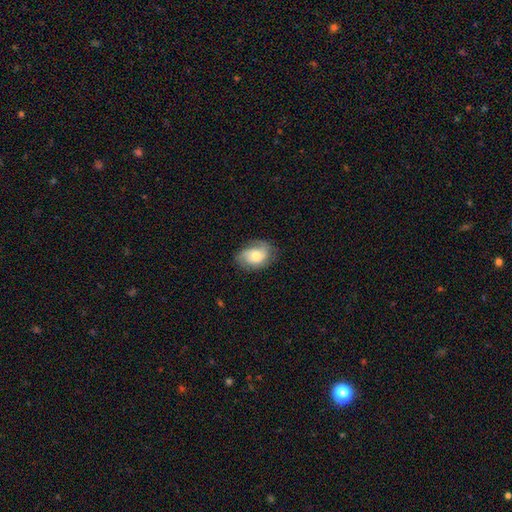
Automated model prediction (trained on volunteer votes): featured or disk 57%, smooth 35%, star or artifact 7%. Down the decision tree: edge-on disk — no (96%); bar — no (73%); spiral arms — yes (89%); bulge size — moderate (56%); merging — none (69%).